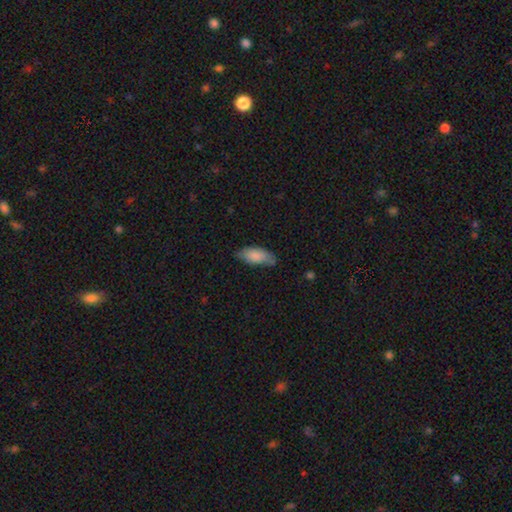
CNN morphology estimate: smooth 82%, featured or disk 12%, star or artifact 6%. Down the decision tree: how rounded — in between (85%); merging — none (62%).